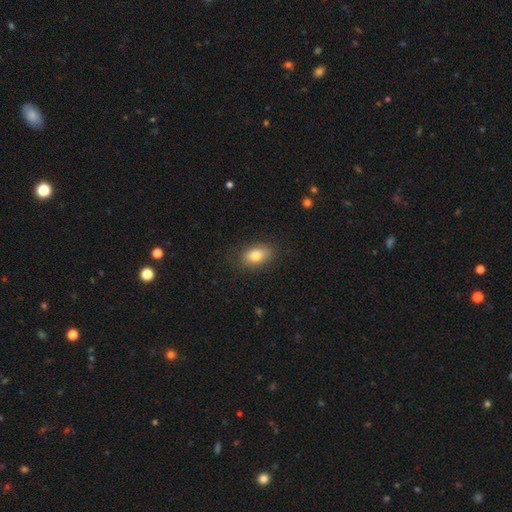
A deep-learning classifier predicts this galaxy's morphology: Smooth or featured? smooth (79%)
How rounded? in between (86%)
Merging? none (83%)